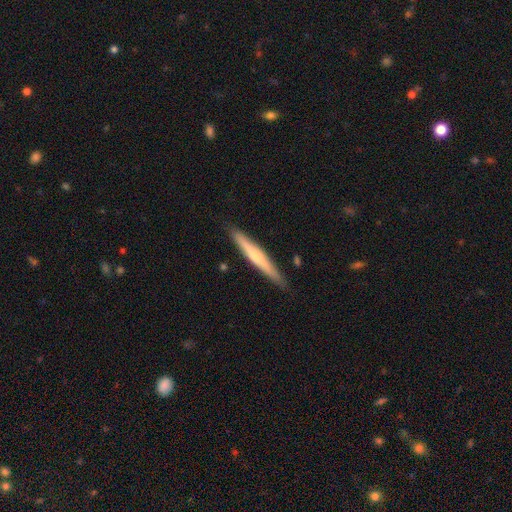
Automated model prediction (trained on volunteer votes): Overall: featured or disk (51%; smooth 43%). Edge-on disk: yes (96%). Merging: none (88%).